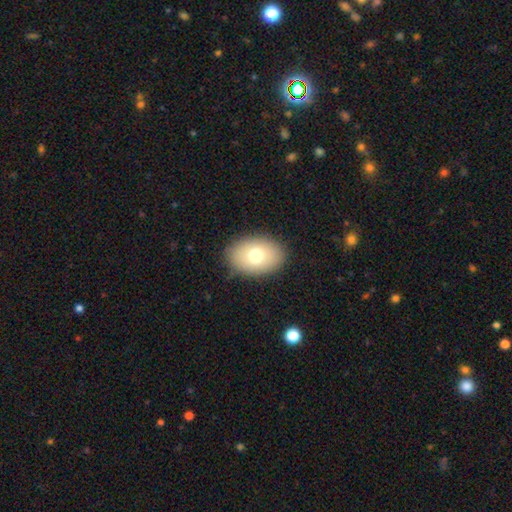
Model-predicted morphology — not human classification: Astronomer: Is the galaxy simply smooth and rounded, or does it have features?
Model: smooth — 73%.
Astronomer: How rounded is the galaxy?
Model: in between — 80%.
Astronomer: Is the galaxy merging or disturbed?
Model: none — 86%.